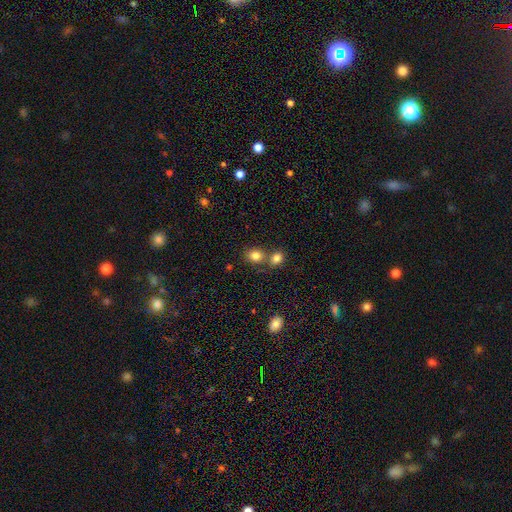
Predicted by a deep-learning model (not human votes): Overall: smooth (81%). How rounded: round (54%; in between 45%). Merging: none (53%; merger 35%).